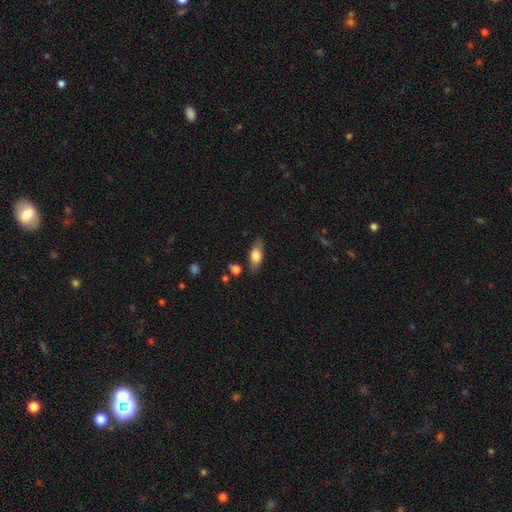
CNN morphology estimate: Smooth or featured? smooth (73%)
How rounded? in between (77%)
Merging? none (79%)